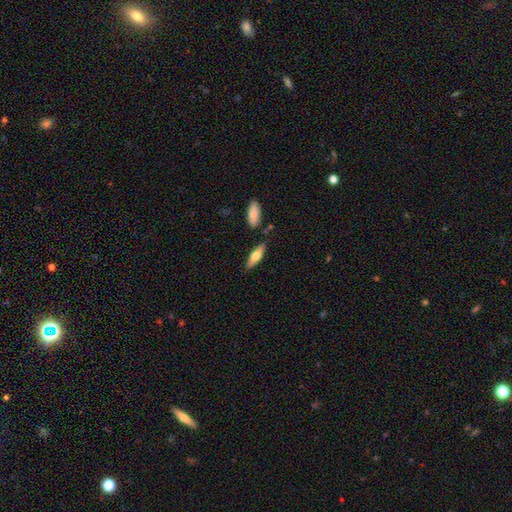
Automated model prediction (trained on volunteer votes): Morphology: type=smooth (61%); roundness=in between (53%); merging=none (82%).